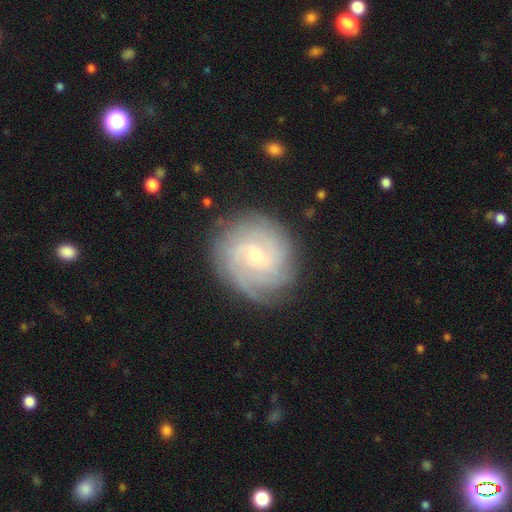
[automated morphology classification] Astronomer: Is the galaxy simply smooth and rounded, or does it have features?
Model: featured or disk — 79%.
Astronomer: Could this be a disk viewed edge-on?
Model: no — 97%.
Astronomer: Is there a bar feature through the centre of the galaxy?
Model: no — 47% (runner-up: weak, 45%).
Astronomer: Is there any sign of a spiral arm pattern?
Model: yes — 95%.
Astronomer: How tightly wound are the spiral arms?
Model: tight — 64%.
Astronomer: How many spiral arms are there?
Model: can't tell — 33% (runner-up: 2, 23%).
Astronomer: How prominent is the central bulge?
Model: small — 69%.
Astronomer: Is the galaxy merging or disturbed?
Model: none — 82%.